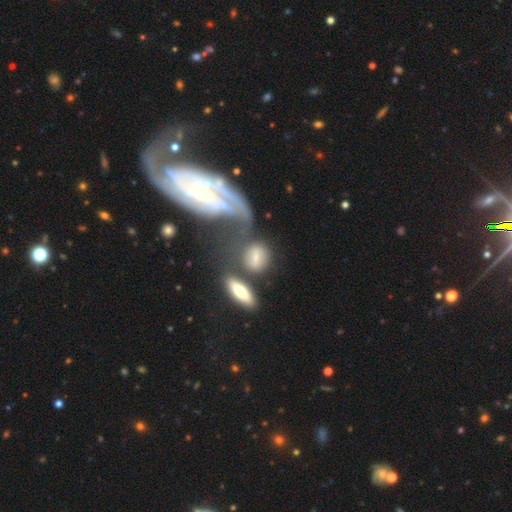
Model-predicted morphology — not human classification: Smooth or featured? Predicted: smooth (p=0.63). How rounded? Predicted: in between (p=0.50). Merging? Predicted: none (p=0.50).